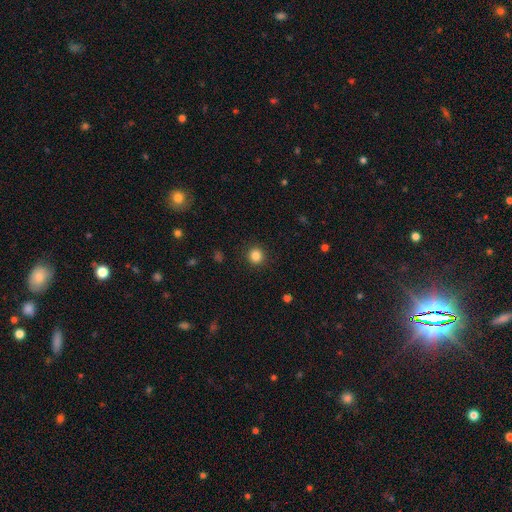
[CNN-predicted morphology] Overall: smooth (85%). How rounded: round (94%). Merging: none (92%).